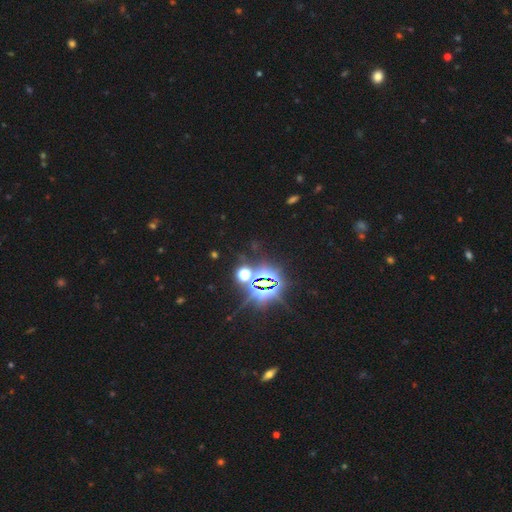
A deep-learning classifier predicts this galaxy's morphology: smooth_or_featured: star or artifact (p=0.85) [alt: smooth p=0.09]